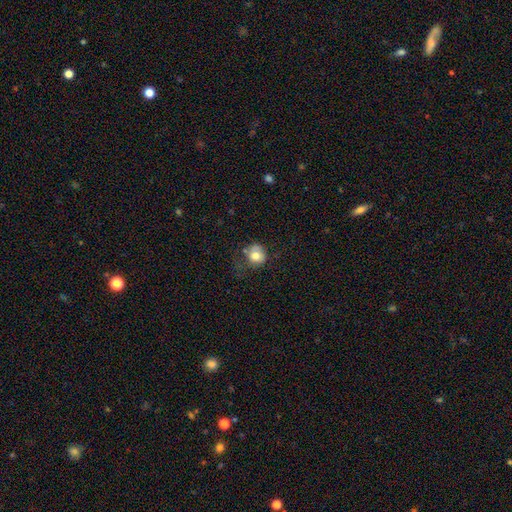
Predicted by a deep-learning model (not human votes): smooth 75%, featured or disk 15%, star or artifact 10%. Down the decision tree: how rounded — round (74%); merging — none (41%).